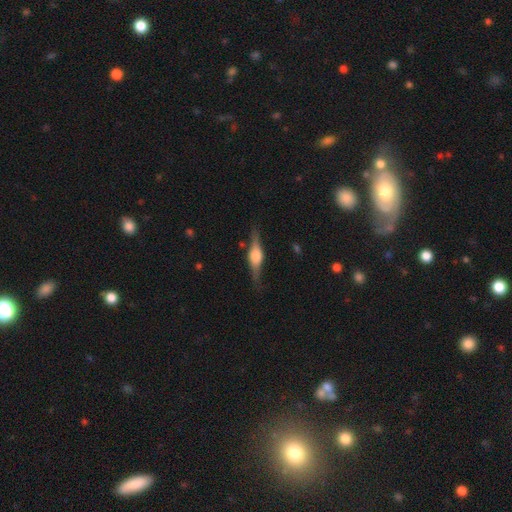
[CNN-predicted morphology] A featured or disk galaxy (72%) viewed edge-on (96%) with a rounded central bulge (86%).

Vote fractions:
- Smooth or featured? featured or disk: 72% / smooth: 22% / star or artifact: 6%
- Edge-on disk? yes: 96% / no: 4%
- Edge-on bulge? rounded: 86% / boxy: 12% / none: 2%
- Merging? none: 82% / minor disturbance: 13% / major disturbance: 3% / merger: 2%